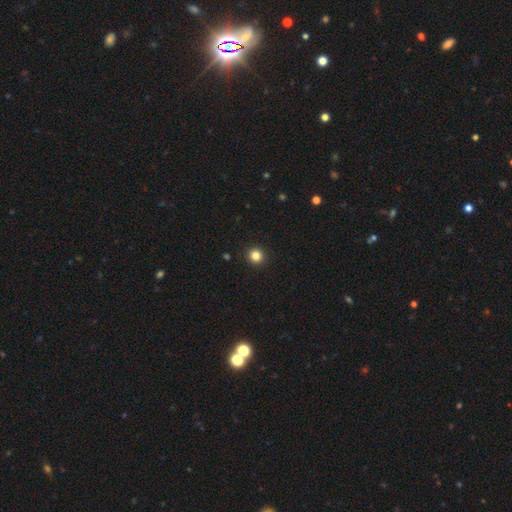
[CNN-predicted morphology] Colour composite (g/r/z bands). It shows a smooth galaxy with no disk features (83%) that is round (95%). Merging: none (94%).